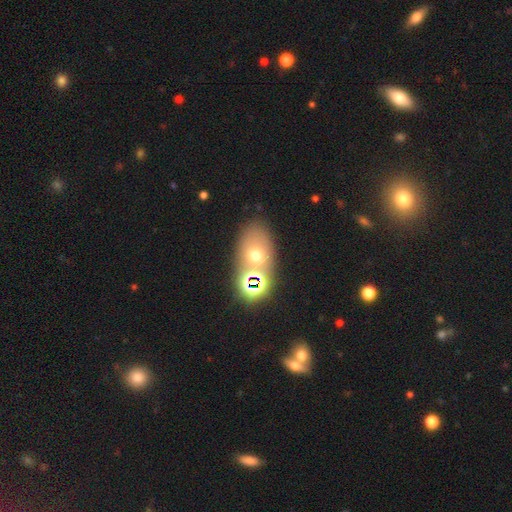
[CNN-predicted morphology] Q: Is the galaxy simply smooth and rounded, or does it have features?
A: smooth — 55%.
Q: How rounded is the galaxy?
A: in between — 69%.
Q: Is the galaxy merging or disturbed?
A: none — 61%.